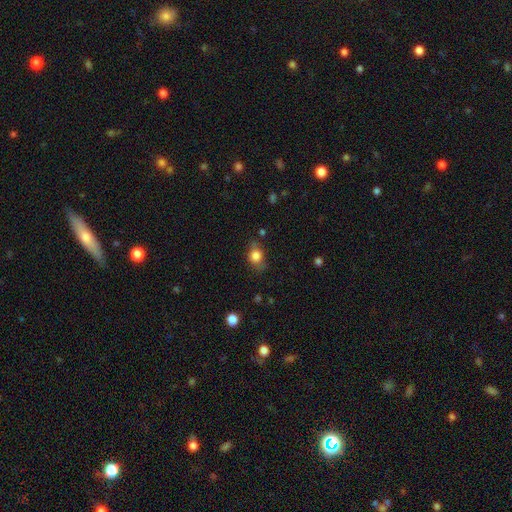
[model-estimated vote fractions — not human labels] This is likely a smooth galaxy (80%). How rounded: possibly in between (53%). Merging: likely none (67%).